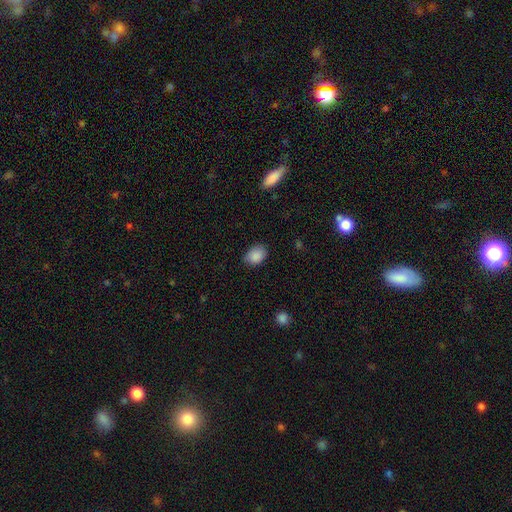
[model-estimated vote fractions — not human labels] A smooth galaxy with no disk features (88%) that is in between round and cigar-shaped (73%). Merging: none (76%).